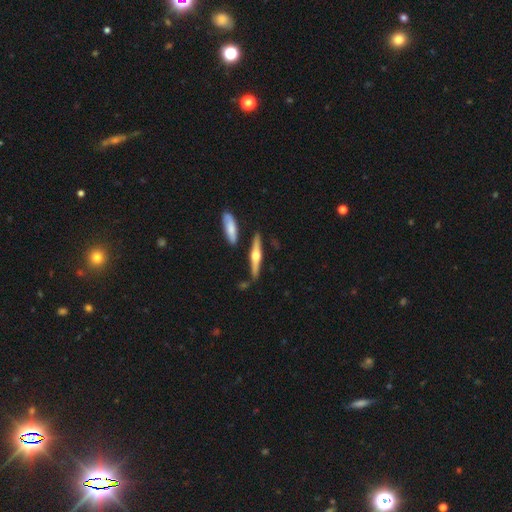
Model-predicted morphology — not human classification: Smooth or featured: featured or disk — 67% (smooth — 28%)
Edge-on disk: yes — 96% (no — 4%)
Edge-on bulge: rounded — 94% (boxy — 3%)
Merging: none — 81% (minor disturbance — 11%)